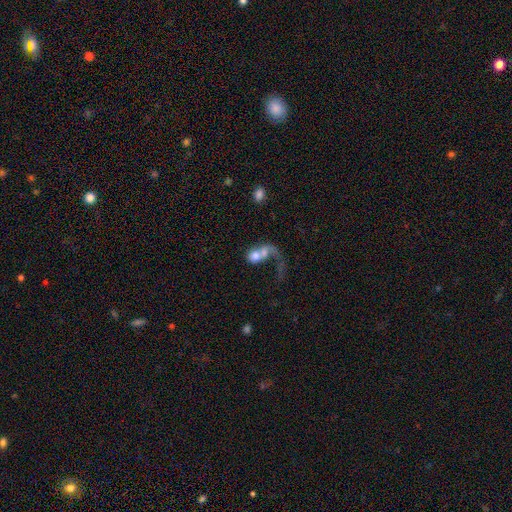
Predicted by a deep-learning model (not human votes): A smooth galaxy with no disk features (54%) that is round (50%).

Vote fractions:
- Smooth or featured? smooth: 54% / featured or disk: 37% / star or artifact: 9%
- How rounded? round: 50% / in between: 47% / cigar-shaped: 3%
- Merging? merger: 60% / major disturbance: 22% / none: 12% / minor disturbance: 6%